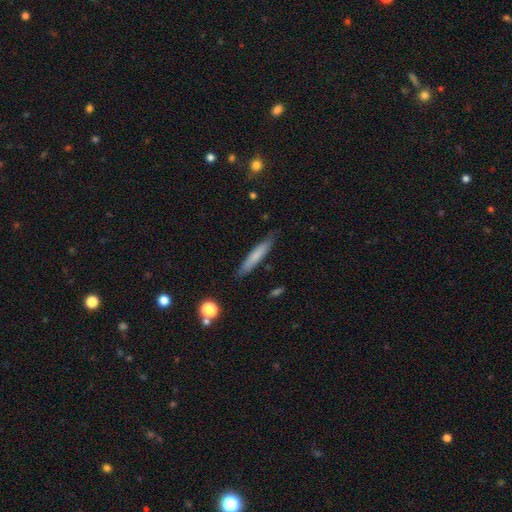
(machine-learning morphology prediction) A smooth galaxy with no disk features (71%) that is cigar-shaped (92%). Merging: none (84%).